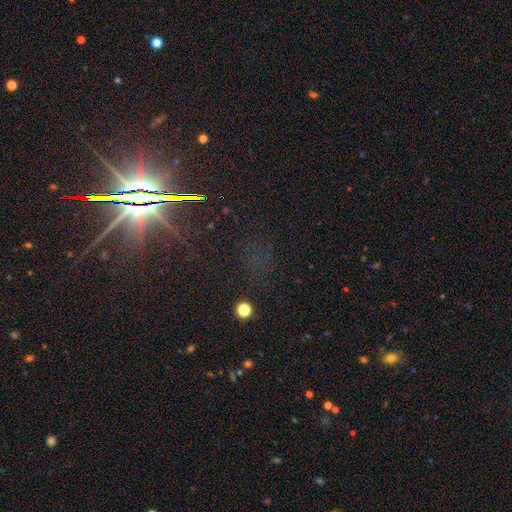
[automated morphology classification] type=star or artifact (77%).